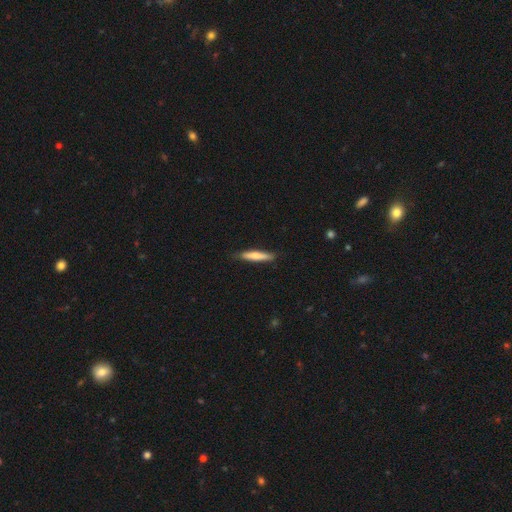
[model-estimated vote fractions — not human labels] Morphology: type=smooth (63%); roundness=cigar-shaped (89%); merging=none (86%).